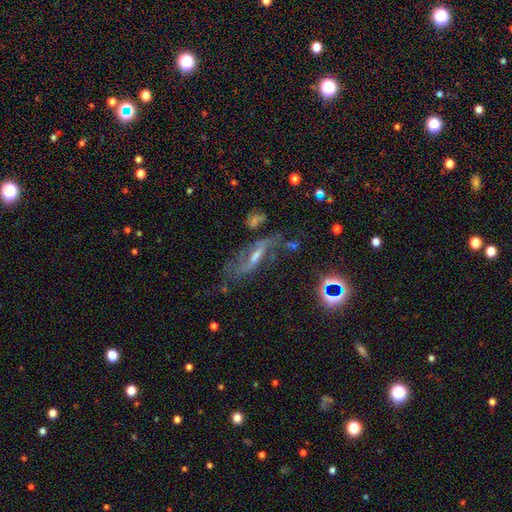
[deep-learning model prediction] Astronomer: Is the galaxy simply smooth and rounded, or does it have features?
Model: featured or disk — 71%.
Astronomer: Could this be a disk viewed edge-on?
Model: no — 74%.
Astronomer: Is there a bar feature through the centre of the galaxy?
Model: strong — 41% (runner-up: weak, 38%).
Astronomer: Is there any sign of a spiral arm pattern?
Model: yes — 79%.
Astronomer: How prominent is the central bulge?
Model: small — 43% (runner-up: moderate, 41%).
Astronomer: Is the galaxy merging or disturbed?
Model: none — 50%.